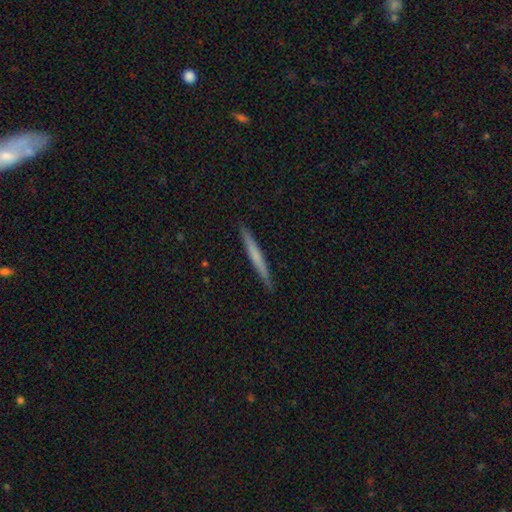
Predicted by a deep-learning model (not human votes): This is possibly a smooth galaxy (55%). How rounded: clearly cigar-shaped (97%). Merging: clearly none (91%).